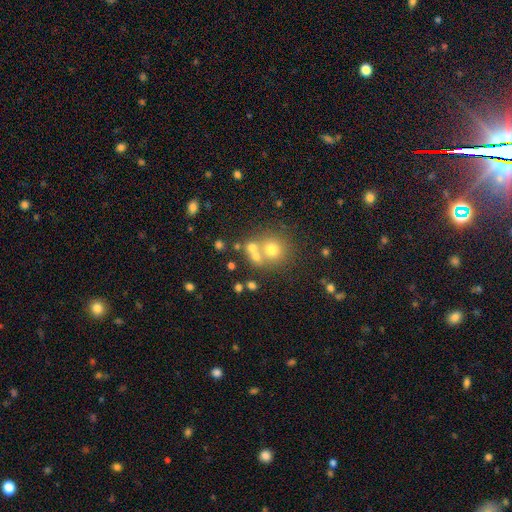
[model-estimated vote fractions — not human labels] A smooth galaxy with no disk features (63%) that is round (80%).

Vote fractions:
- Smooth or featured? smooth: 63% / featured or disk: 19% / star or artifact: 18%
- How rounded? round: 80% / in between: 19% / cigar-shaped: 1%
- Merging? none: 46% / merger: 40% / minor disturbance: 9% / major disturbance: 5%